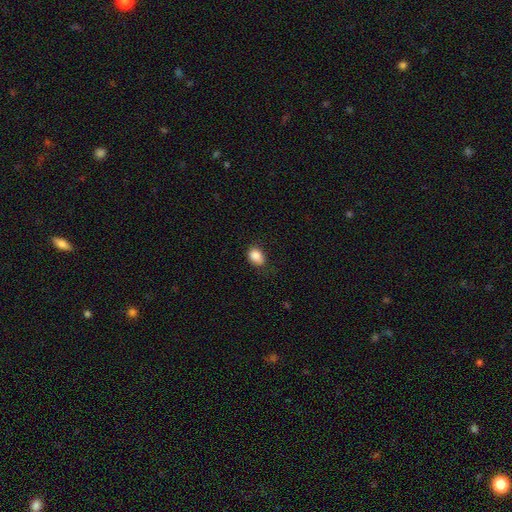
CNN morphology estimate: Smooth or featured?
  - smooth: 87% *
  - star or artifact: 9%
  - featured or disk: 5%
How rounded?
  - in between: 69% *
  - round: 30%
  - cigar-shaped: 1%
Merging?
  - none: 70% *
  - minor disturbance: 24%
  - major disturbance: 6%
  - merger: 1%